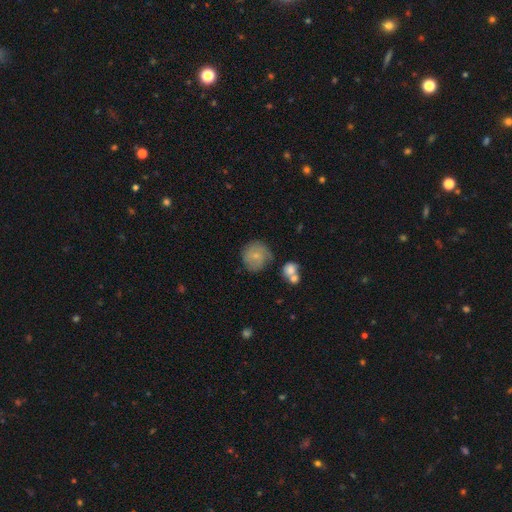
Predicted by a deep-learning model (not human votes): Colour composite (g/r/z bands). It shows a smooth galaxy with no disk features (61%) that is round (89%). Merging: none (65%).